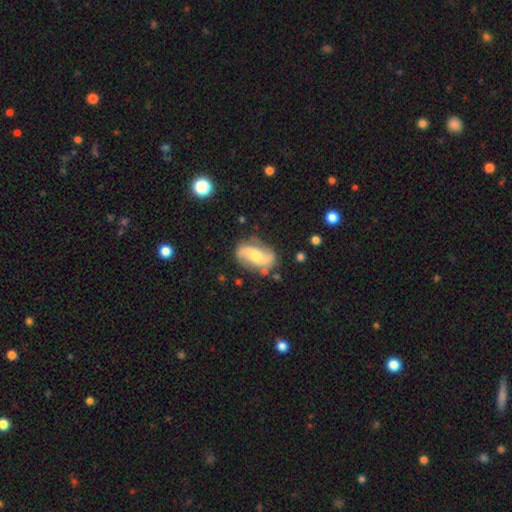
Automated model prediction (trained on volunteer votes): featured or disk 77%, smooth 17%, star or artifact 6%. Down the decision tree: edge-on disk — no (96%); bar — no (43%); spiral arms — yes (93%); spiral arm count — 2 (91%); spiral winding — loose (64%); bulge size — moderate (48%); merging — none (75%).